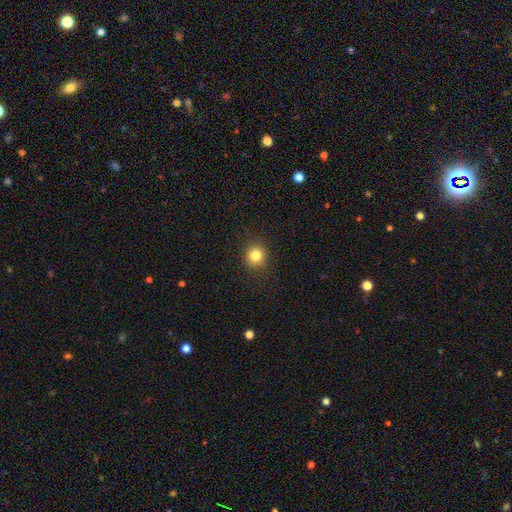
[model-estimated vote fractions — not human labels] This appears to be a smooth galaxy with no disk features (82%) that is round (85%). Merging: none (89%).